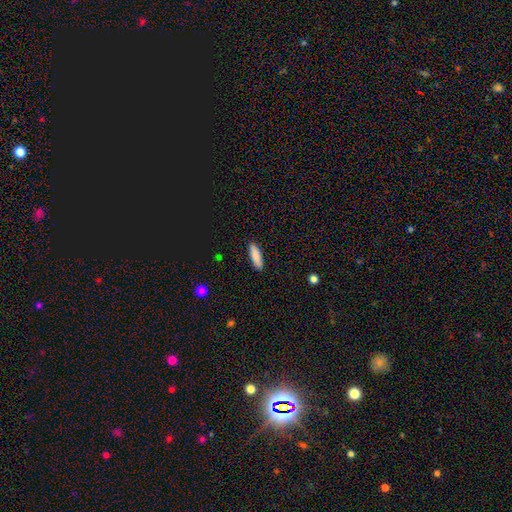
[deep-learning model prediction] This is clearly a smooth galaxy (86%). How rounded: possibly cigar-shaped (51%). Merging: clearly none (89%).